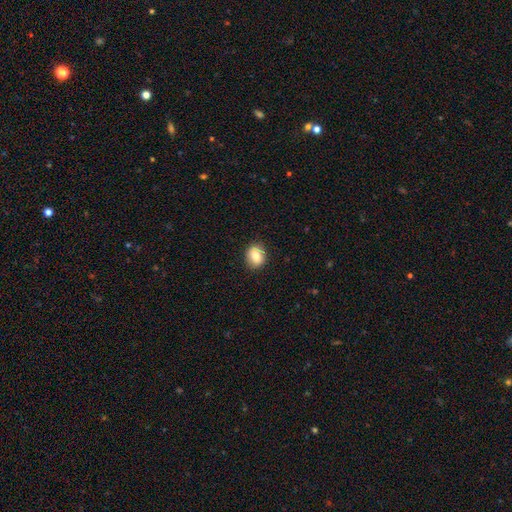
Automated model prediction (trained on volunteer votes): Morphology: type=smooth (80%); roundness=in between (53%); merging=none (88%).